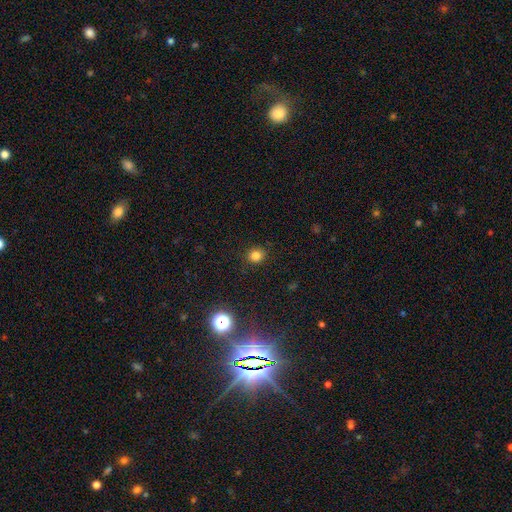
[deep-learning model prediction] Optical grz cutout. It shows a smooth galaxy with no disk features (81%) that is round (84%). Merging: none (88%).